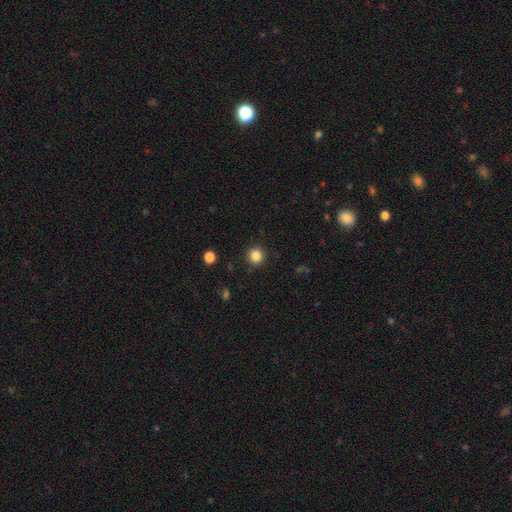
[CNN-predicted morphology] The model was most divided on "smooth or featured": smooth: 85%, star or artifact: 11%, featured or disk: 4%. More confident: how rounded — round (93%); merging — none (90%).